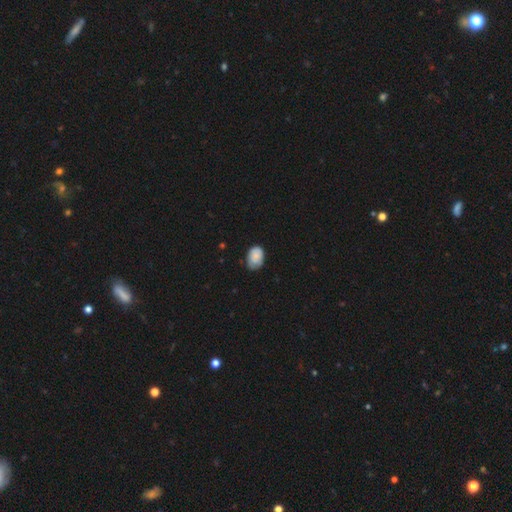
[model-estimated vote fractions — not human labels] Morphology: type=smooth (80%); roundness=in between (82%); merging=none (61%).